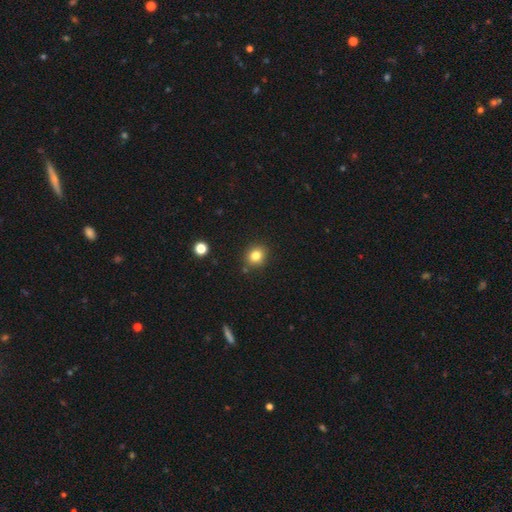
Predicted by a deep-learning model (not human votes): Q: Smooth or featured?
A: smooth (81%); runner-up: star or artifact (12%)
Q: How rounded?
A: round (74%); runner-up: in between (25%)
Q: Merging?
A: none (85%); runner-up: minor disturbance (10%)